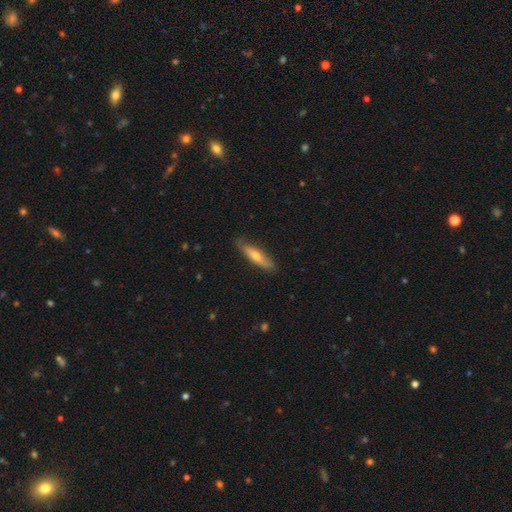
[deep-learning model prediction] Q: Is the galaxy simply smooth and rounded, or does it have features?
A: smooth — 54%.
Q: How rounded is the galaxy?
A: cigar-shaped — 76%.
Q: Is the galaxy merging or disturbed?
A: none — 83%.